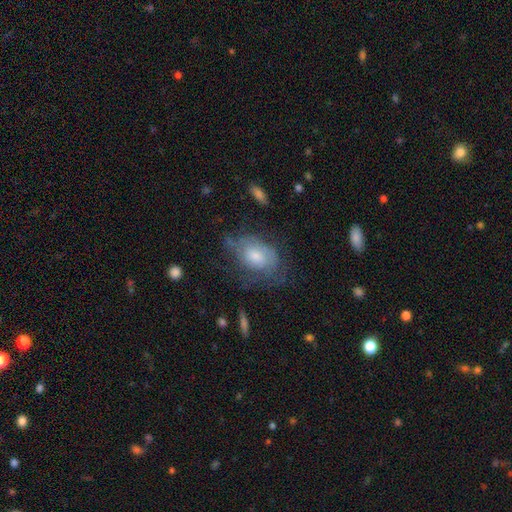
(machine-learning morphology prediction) smooth-or-featured: featured or disk: 53% | smooth: 38% | star or artifact: 10%
  disk-edge-on: no: 94% | yes: 6%
  merging: none: 49% | minor disturbance: 27% | major disturbance: 22% | merger: 2%